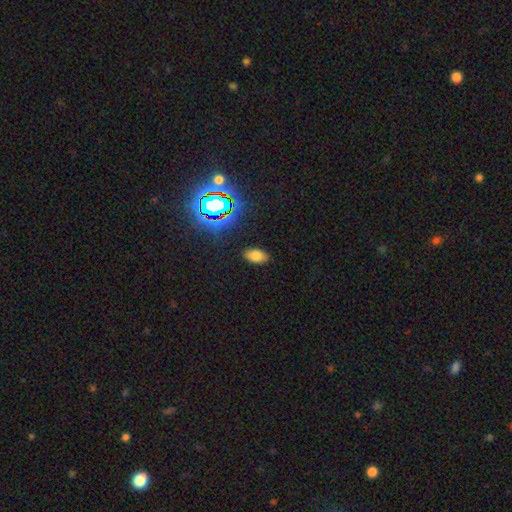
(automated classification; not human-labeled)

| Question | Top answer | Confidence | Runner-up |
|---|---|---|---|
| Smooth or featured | smooth | 73% | star or artifact (18%) |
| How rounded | in between | 92% | round (5%) |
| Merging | none | 87% | minor disturbance (9%) |